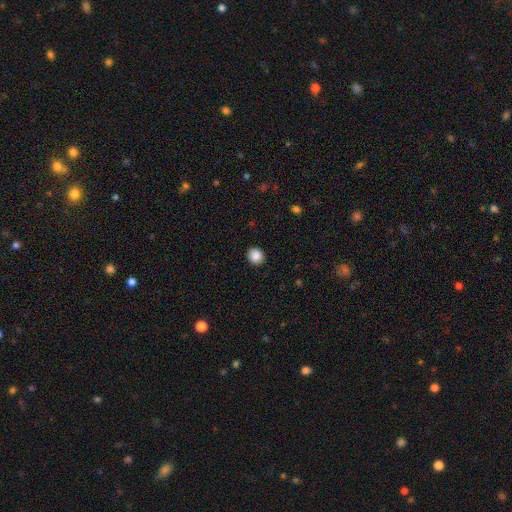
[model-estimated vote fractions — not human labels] smooth-or-featured: smooth: 87% | star or artifact: 9% | featured or disk: 4%
  how-rounded: round: 81% | in between: 18% | cigar-shaped: 1%
  merging: none: 91% | minor disturbance: 6% | major disturbance: 2% | merger: 1%